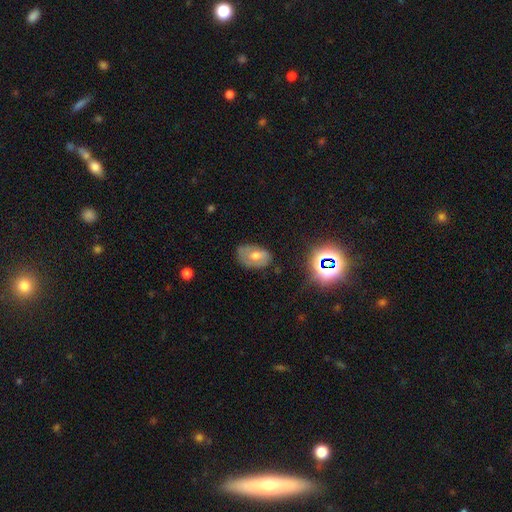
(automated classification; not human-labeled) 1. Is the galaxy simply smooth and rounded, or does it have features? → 52% smooth, 33% featured or disk, 15% star or artifact.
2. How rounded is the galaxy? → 85% in between, 14% round, 1% cigar-shaped.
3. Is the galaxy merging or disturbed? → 60% none, 28% minor disturbance, 9% major disturbance, 2% merger.